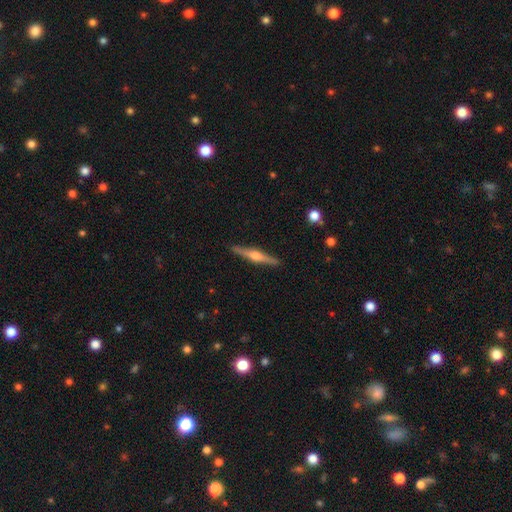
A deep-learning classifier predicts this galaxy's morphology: smooth-or-featured: featured or disk: 74% | smooth: 20% | star or artifact: 5%
  disk-edge-on: yes: 98% | no: 2%
    edge-on-bulge: rounded: 91% | boxy: 5% | none: 3%
  merging: none: 91% | minor disturbance: 6% | major disturbance: 1% | merger: 1%